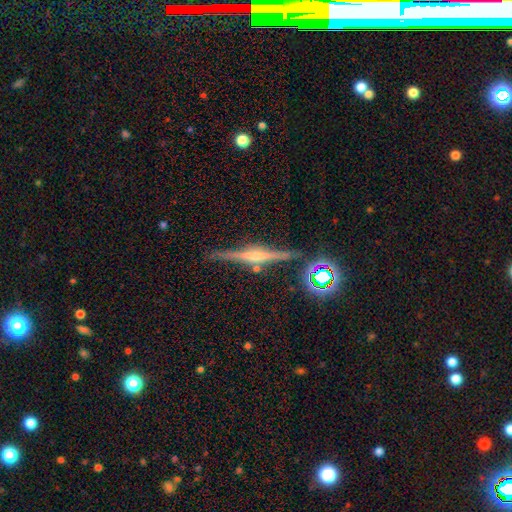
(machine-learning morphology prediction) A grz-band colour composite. It shows a featured or disk galaxy (75%) viewed edge-on (98%) with a rounded central bulge (75%). Merging: none (86%).